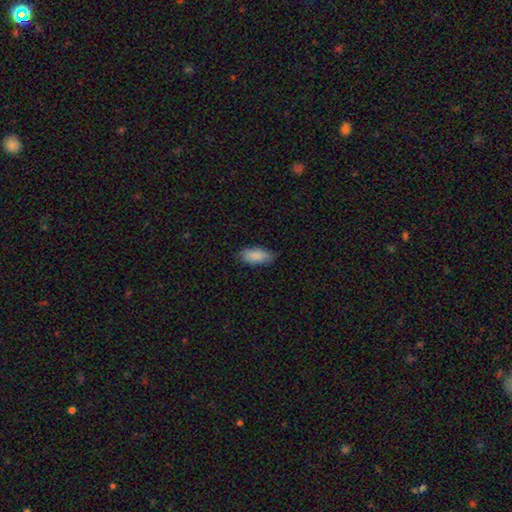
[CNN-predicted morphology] Overall: smooth (89%). How rounded: in between (87%). Merging: none (81%).